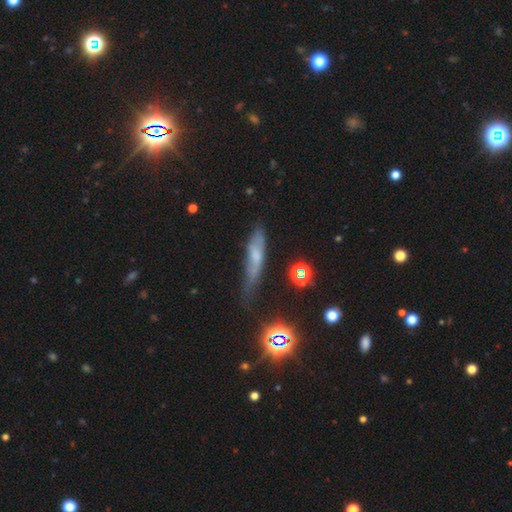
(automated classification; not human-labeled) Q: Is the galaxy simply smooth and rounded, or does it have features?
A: smooth — 50%.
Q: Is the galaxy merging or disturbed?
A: none — 46%.